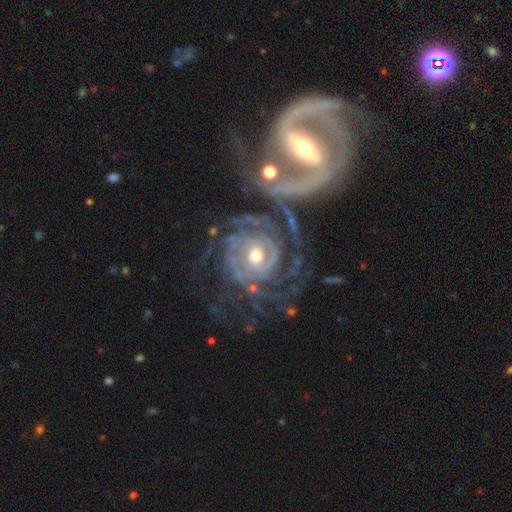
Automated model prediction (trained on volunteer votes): featured or disk 91%, star or artifact 5%, smooth 4%. Down the decision tree: edge-on disk — no (98%); bar — no (63%); spiral arms — yes (97%); spiral arm count — can't tell (25%); spiral winding — tight (66%); bulge size — moderate (64%); merging — none (50%).